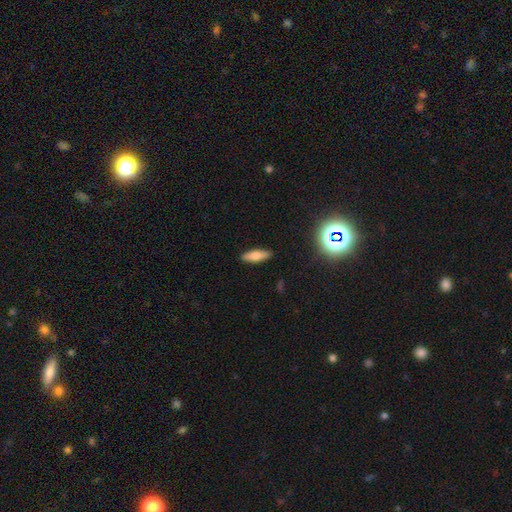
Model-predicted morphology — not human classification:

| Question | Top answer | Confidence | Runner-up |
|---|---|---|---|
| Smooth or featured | smooth | 70% | featured or disk (21%) |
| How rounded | in between | 53% | cigar-shaped (44%) |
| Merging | none | 88% | minor disturbance (8%) |